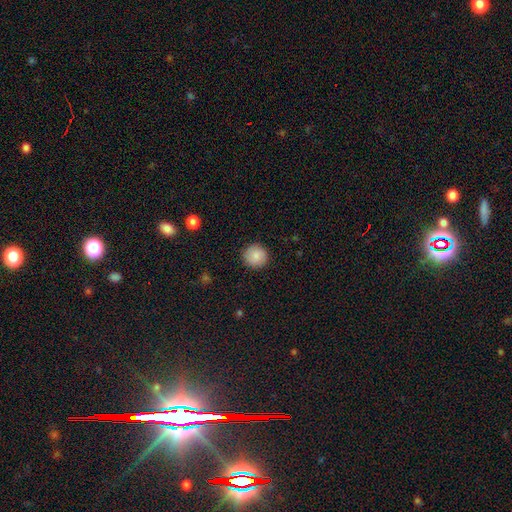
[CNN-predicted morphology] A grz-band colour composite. It shows a smooth galaxy with no disk features (86%) that is round (94%). Merging: none (91%).